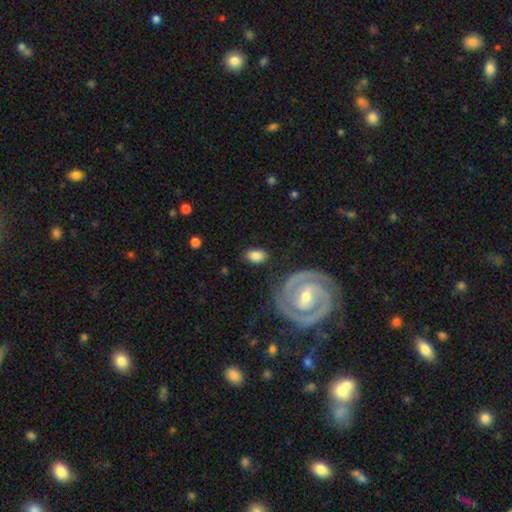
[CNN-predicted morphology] type=smooth (75%); roundness=in between (87%); merging=none (79%).